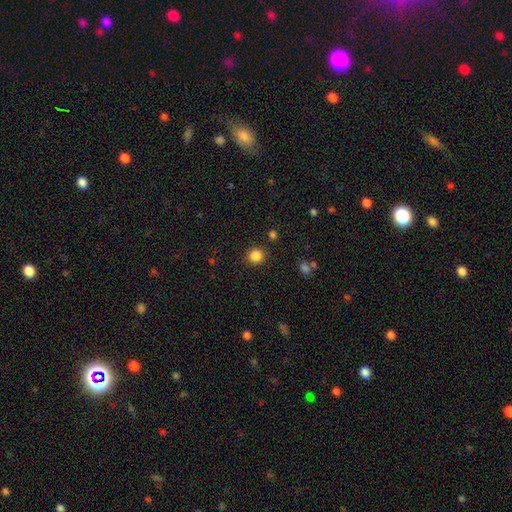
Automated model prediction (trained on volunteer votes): Smooth or featured: smooth — 85% (star or artifact — 11%)
How rounded: round — 91% (in between — 8%)
Merging: none — 89% (minor disturbance — 6%)